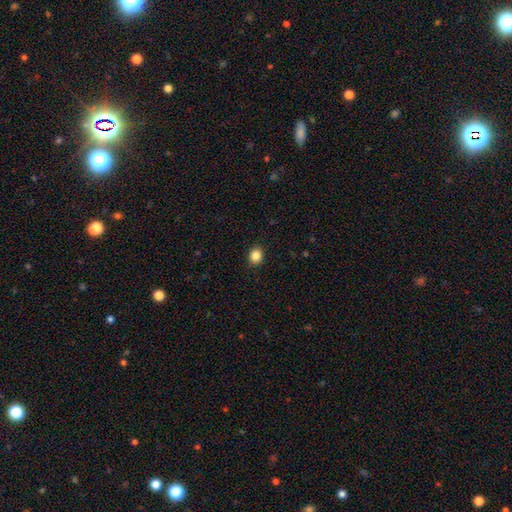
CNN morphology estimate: A smooth galaxy with no disk features (85%) that is round (67%).

Vote fractions:
- Smooth or featured? smooth: 85% / star or artifact: 10% / featured or disk: 5%
- How rounded? round: 67% / in between: 32% / cigar-shaped: 1%
- Merging? none: 91% / minor disturbance: 6% / major disturbance: 2% / merger: 1%